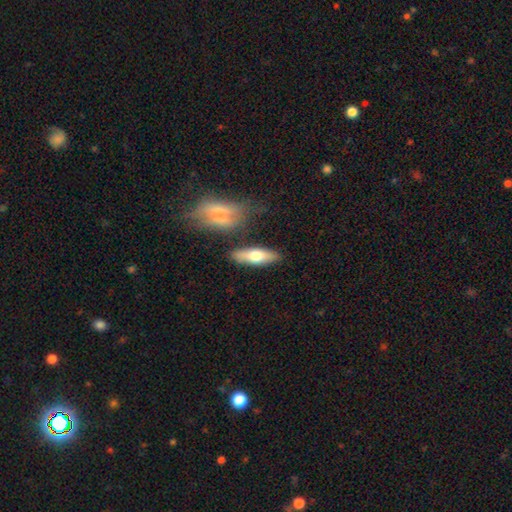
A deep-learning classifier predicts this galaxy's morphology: Overall: smooth (62%; featured or disk 32%). How rounded: in between (54%; cigar-shaped 43%). Merging: none (78%).